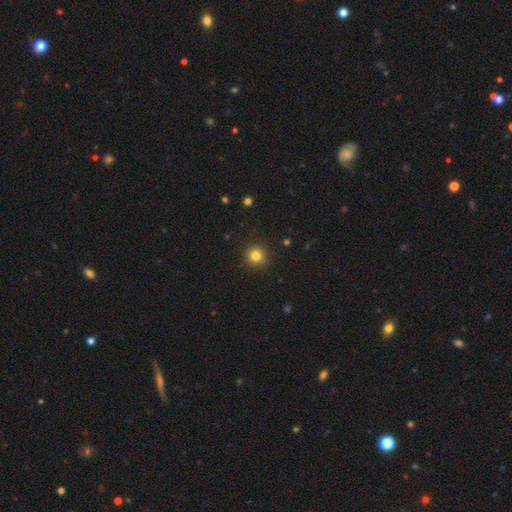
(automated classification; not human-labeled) Morphology: type=smooth (82%); roundness=round (93%); merging=none (90%).